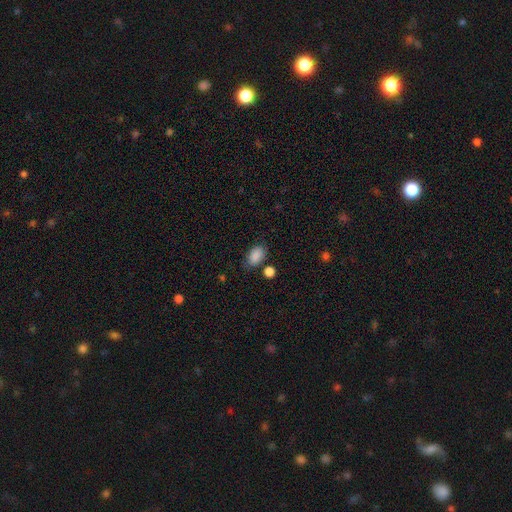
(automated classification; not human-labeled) Smooth or featured? smooth (87%)
How rounded? in between (86%)
Merging? none (73%)